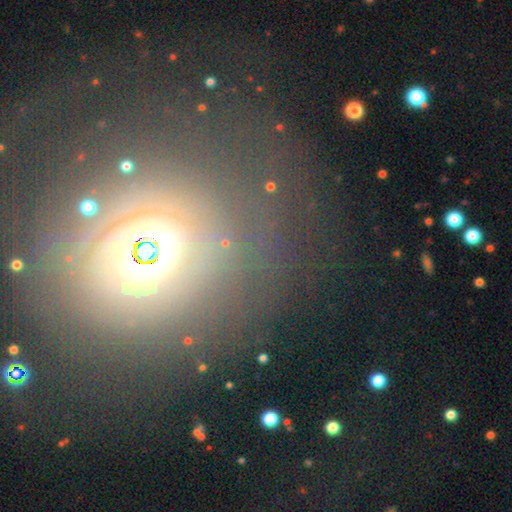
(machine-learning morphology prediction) Smooth or featured?
  - star or artifact: 47% *
  - featured or disk: 28%
  - smooth: 25%